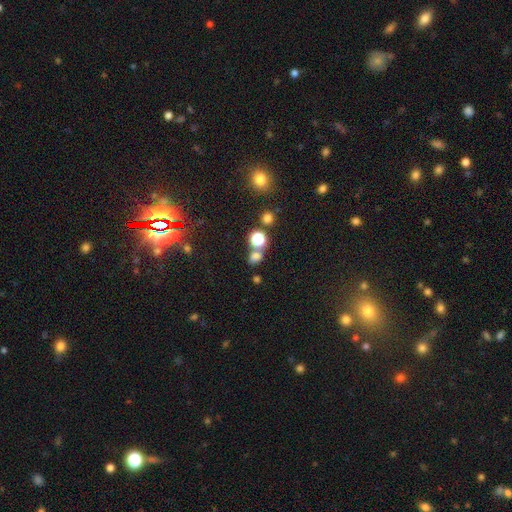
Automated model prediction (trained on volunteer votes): This is likely a smooth galaxy (68%). How rounded: possibly in between (49%, tied with round). Merging: possibly none (52%).